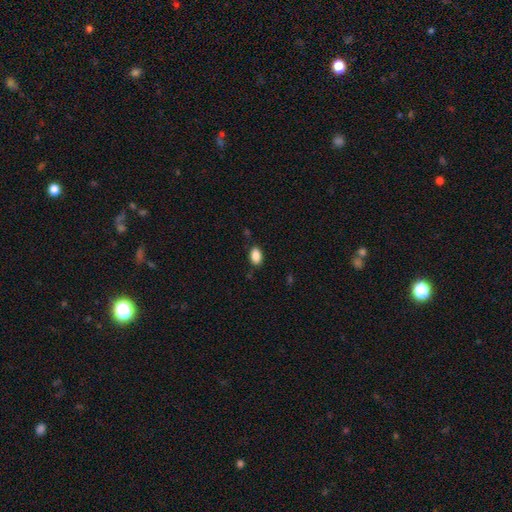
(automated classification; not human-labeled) Q: Smooth or featured?
A: smooth (87%); runner-up: star or artifact (8%)
Q: How rounded?
A: in between (88%); runner-up: round (10%)
Q: Merging?
A: none (82%); runner-up: minor disturbance (14%)